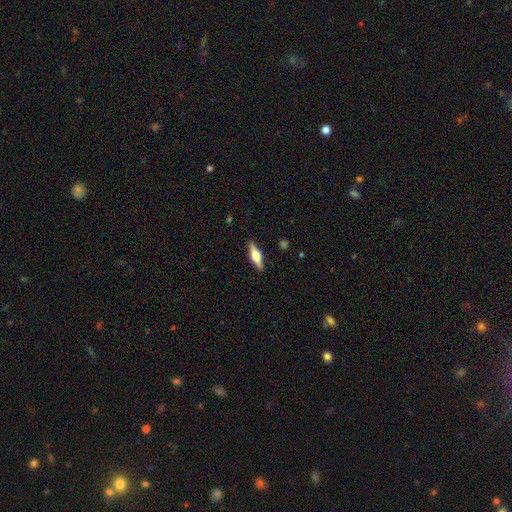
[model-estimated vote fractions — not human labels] Smooth or featured? Predicted: featured or disk (p=0.57). Edge-on disk? Predicted: yes (p=0.95). Edge-on bulge? Predicted: rounded (p=0.92). Merging? Predicted: none (p=0.88).